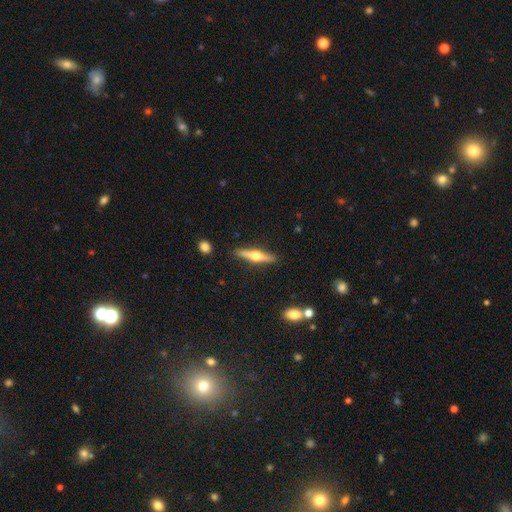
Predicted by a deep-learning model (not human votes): This appears to be a featured or disk galaxy (67%) viewed edge-on (97%) with a rounded central bulge (95%). Merging: none (90%).